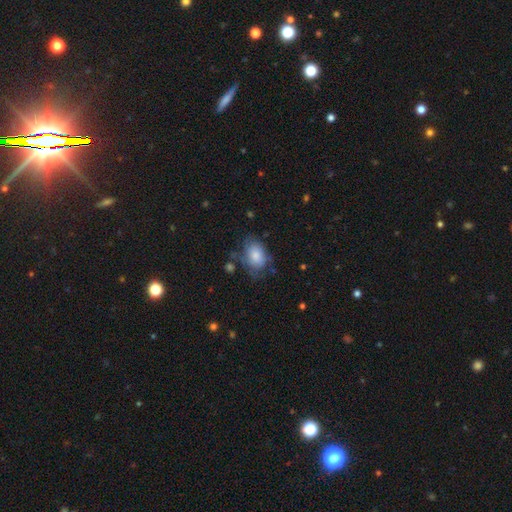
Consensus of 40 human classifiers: Smooth or featured: smooth — 65% (featured or disk — 30%)
How rounded: in between — 81% (round — 19%)
Merging: none — 42% (minor disturbance — 34%)